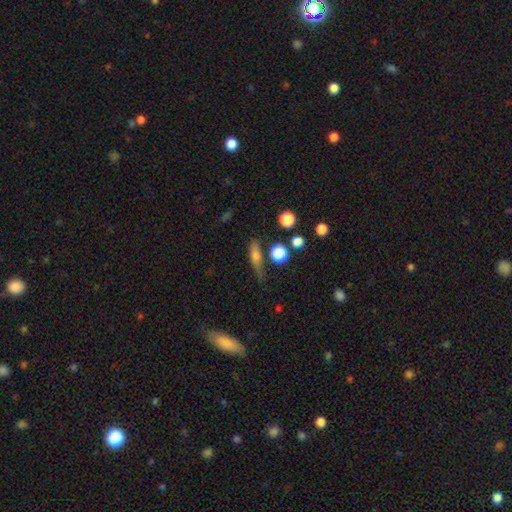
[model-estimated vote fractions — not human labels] A smooth galaxy with no disk features (59%) that is cigar-shaped (56%).

Vote fractions:
- Smooth or featured? smooth: 59% / featured or disk: 29% / star or artifact: 12%
- How rounded? cigar-shaped: 56% / in between: 31% / round: 13%
- Merging? none: 65% / minor disturbance: 22% / major disturbance: 7% / merger: 6%